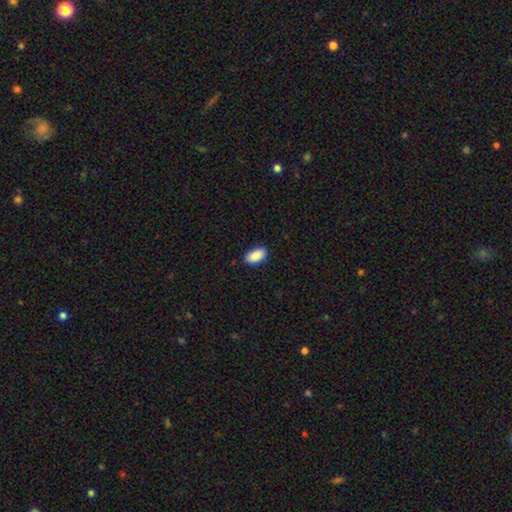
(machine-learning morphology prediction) The model was most divided on "merging": none: 88%, minor disturbance: 10%, major disturbance: 2%, merger: 1%. More confident: how rounded — in between (93%); smooth or featured — smooth (90%).